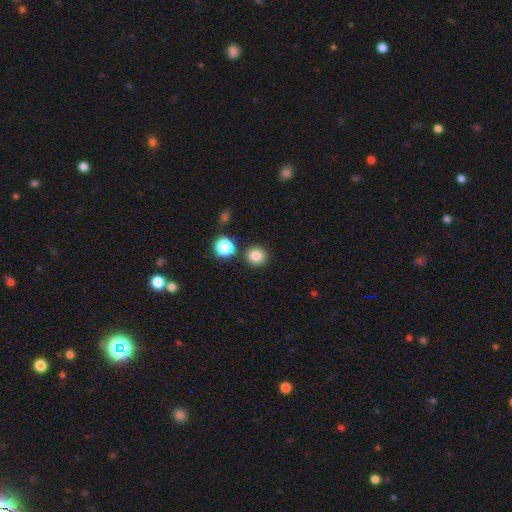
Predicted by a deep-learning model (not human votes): Overall: smooth (84%). How rounded: round (92%). Merging: none (85%).